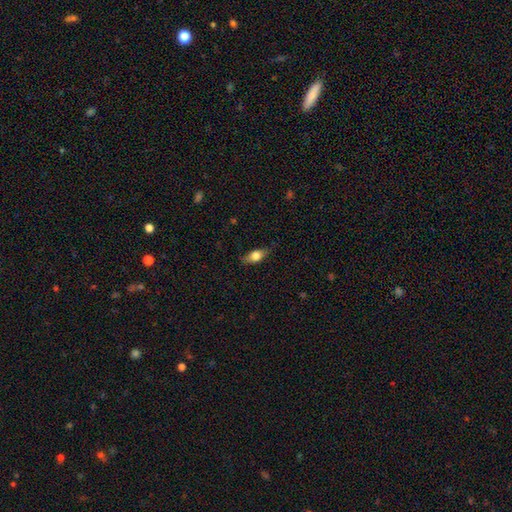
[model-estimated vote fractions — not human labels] A smooth galaxy with no disk features (69%) that is in between round and cigar-shaped (76%).

Vote fractions:
- Smooth or featured? smooth: 69% / featured or disk: 23% / star or artifact: 8%
- How rounded? in between: 76% / cigar-shaped: 16% / round: 9%
- Merging? none: 74% / minor disturbance: 20% / major disturbance: 5% / merger: 1%